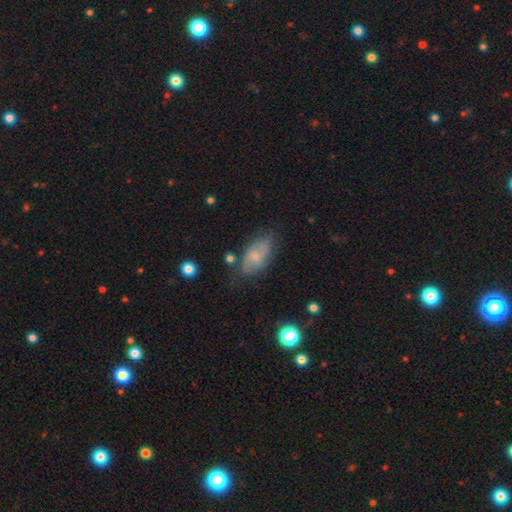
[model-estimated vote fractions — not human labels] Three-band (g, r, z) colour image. It shows a smooth galaxy with no disk features (47%). Merging: none (69%).